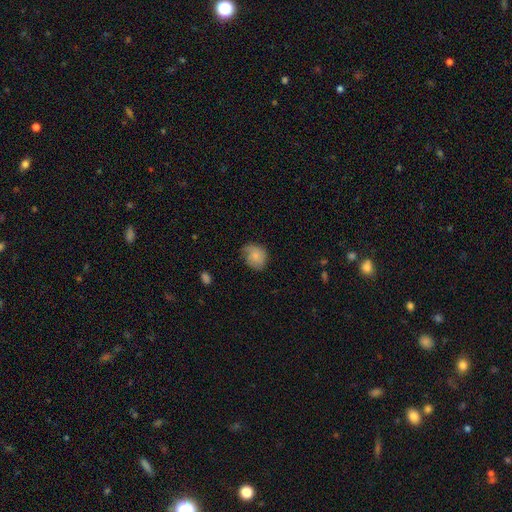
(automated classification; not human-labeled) Overall: smooth (69%). How rounded: round (58%; in between 41%). Merging: none (52%; minor disturbance 33%).